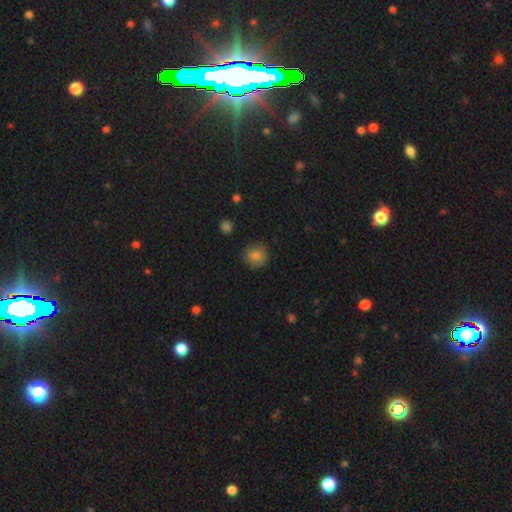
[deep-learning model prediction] Smooth or featured?
  - smooth: 82% *
  - star or artifact: 10%
  - featured or disk: 8%
How rounded?
  - round: 90% *
  - in between: 9%
  - cigar-shaped: 1%
Merging?
  - none: 85% *
  - minor disturbance: 12%
  - major disturbance: 3%
  - merger: 1%